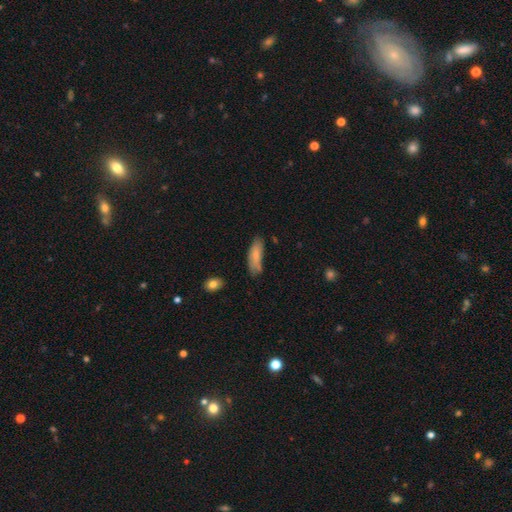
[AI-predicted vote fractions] Smooth or featured? Predicted: smooth (p=0.77). How rounded? Predicted: in between (p=0.67). Merging? Predicted: none (p=0.60).